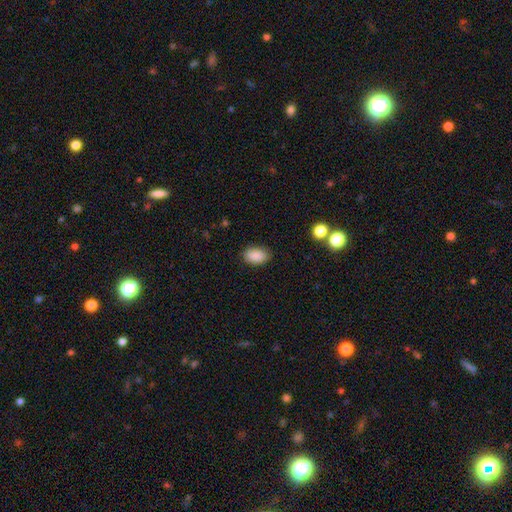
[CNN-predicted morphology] A smooth galaxy with no disk features (89%) that is in between round and cigar-shaped (89%).

Vote fractions:
- Smooth or featured? smooth: 89% / star or artifact: 8% / featured or disk: 3%
- How rounded? in between: 89% / round: 9% / cigar-shaped: 1%
- Merging? none: 86% / minor disturbance: 10% / major disturbance: 2% / merger: 1%